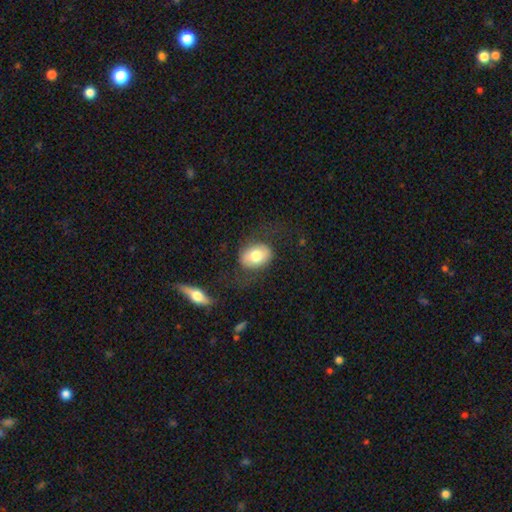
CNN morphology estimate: The model was most divided on "smooth or featured": smooth: 70%, featured or disk: 23%, star or artifact: 7%. More confident: how rounded — in between (75%); merging — none (69%).